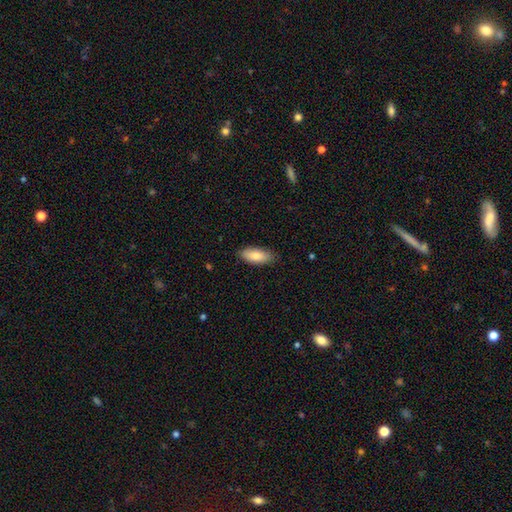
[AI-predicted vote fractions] Morphology: type=smooth (82%); roundness=in between (83%); merging=none (84%).